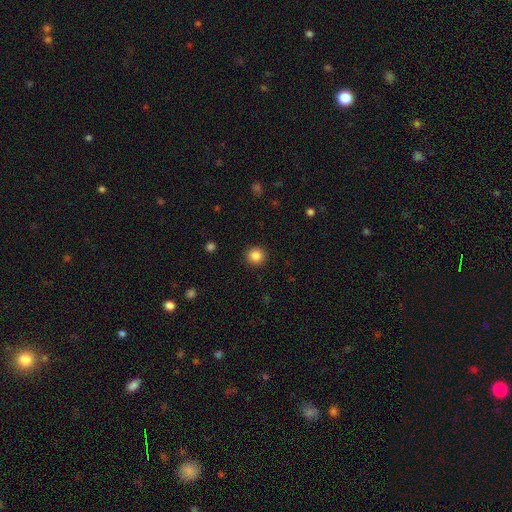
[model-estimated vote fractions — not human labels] This is clearly a smooth galaxy (85%). How rounded: clearly round (94%). Merging: clearly none (92%).